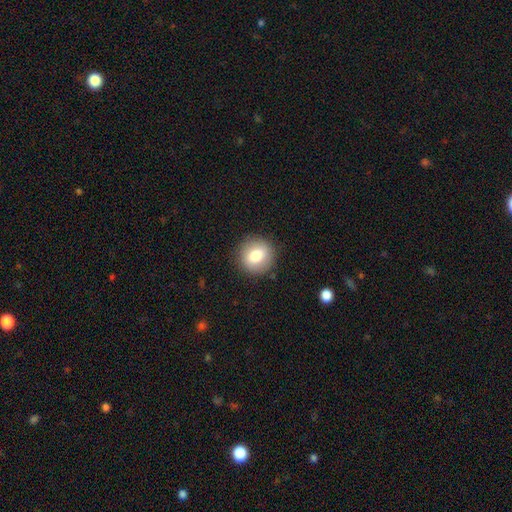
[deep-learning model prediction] smooth 79%, featured or disk 13%, star or artifact 9%. Down the decision tree: how rounded — round (89%); merging — none (89%).